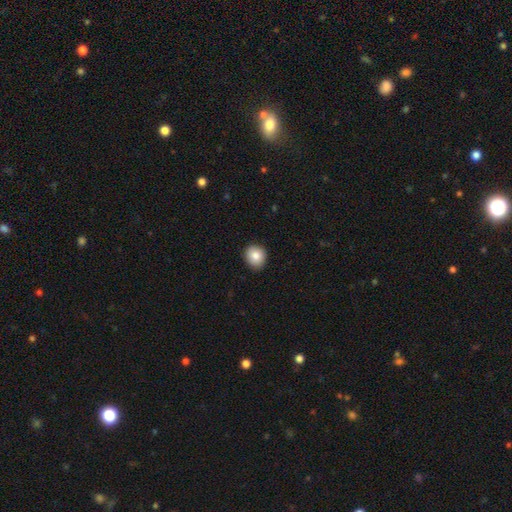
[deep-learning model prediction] Smooth or featured? Predicted: smooth (p=0.84). How rounded? Predicted: round (p=0.79). Merging? Predicted: none (p=0.90).